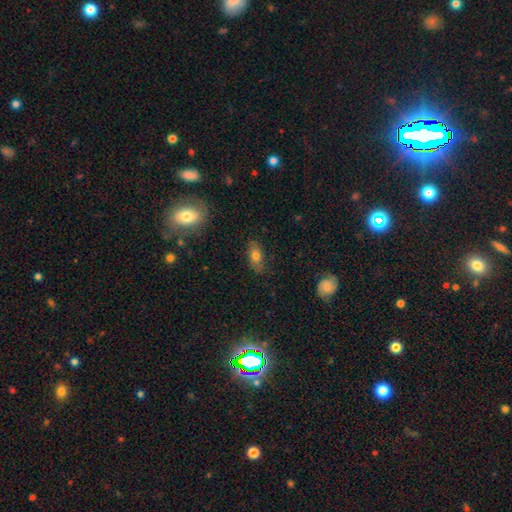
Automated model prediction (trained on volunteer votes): Smooth or featured? Predicted: smooth (p=0.74). How rounded? Predicted: in between (p=0.85). Merging? Predicted: none (p=0.78).